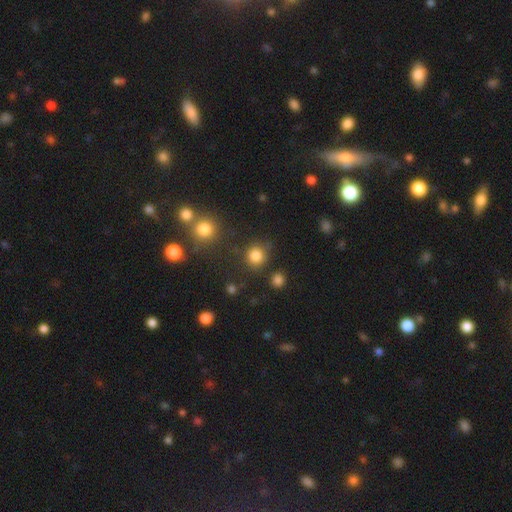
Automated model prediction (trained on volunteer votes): Overall: smooth (82%). How rounded: round (90%). Merging: none (79%).